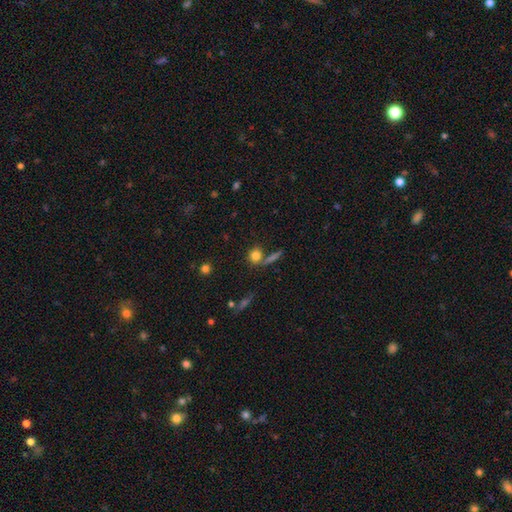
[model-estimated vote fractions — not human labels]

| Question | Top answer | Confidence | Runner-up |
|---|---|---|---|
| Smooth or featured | smooth | 79% | star or artifact (12%) |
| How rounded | round | 79% | in between (17%) |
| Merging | none | 67% | merger (18%) |